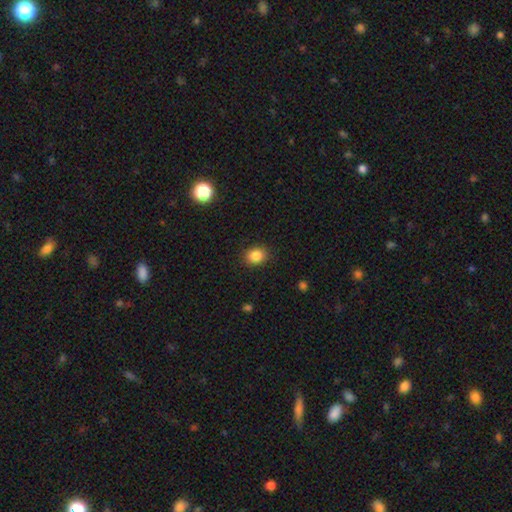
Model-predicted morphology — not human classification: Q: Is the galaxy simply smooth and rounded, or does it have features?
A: smooth — 85%.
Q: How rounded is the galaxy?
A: round — 60%.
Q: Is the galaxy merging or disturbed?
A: none — 88%.